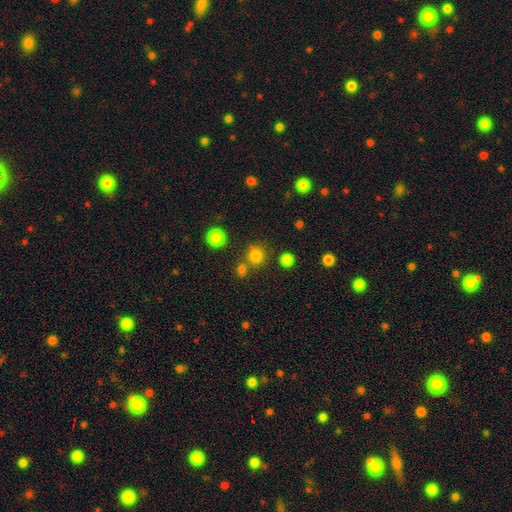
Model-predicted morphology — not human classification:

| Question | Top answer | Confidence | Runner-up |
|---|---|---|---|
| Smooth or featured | smooth | 79% | star or artifact (16%) |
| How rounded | round | 91% | in between (8%) |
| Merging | none | 77% | merger (12%) |